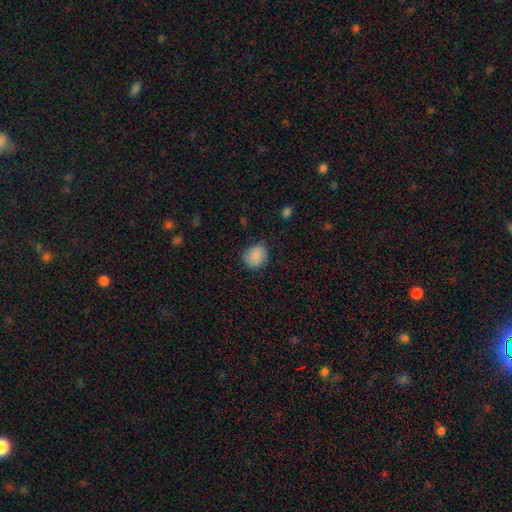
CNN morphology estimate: Overall: smooth (86%). How rounded: round (78%). Merging: none (78%).